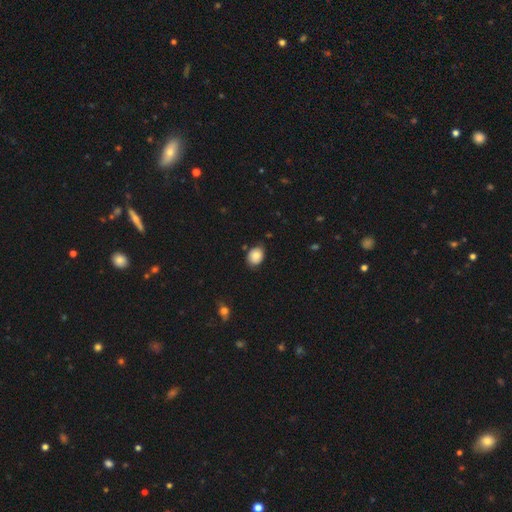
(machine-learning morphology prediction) This appears to be a smooth galaxy with no disk features (81%) that is in between round and cigar-shaped (61%). Merging: none (76%).